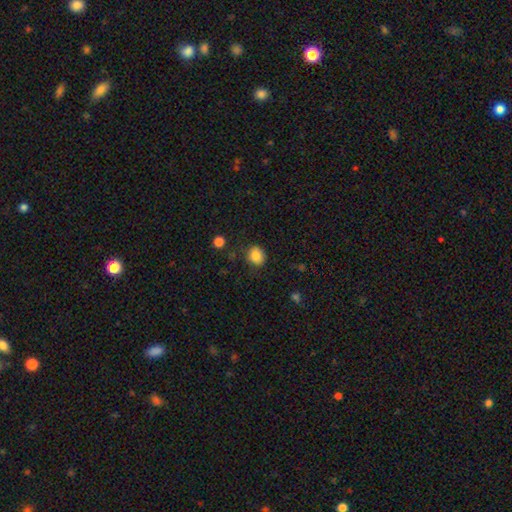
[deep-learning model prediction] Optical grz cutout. It shows a smooth galaxy with no disk features (84%) that is round (68%). Merging: none (78%).